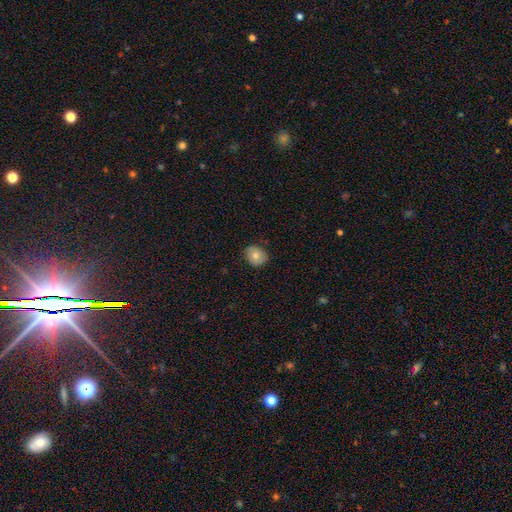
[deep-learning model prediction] Overall: smooth (80%). How rounded: round (59%; in between 40%). Merging: none (82%).